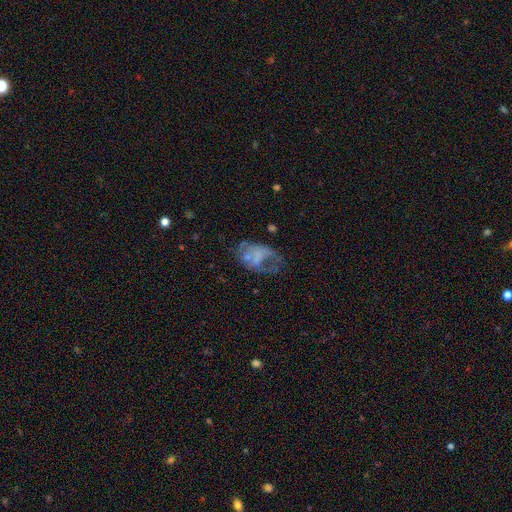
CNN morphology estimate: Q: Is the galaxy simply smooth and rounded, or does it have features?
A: featured or disk — 49%.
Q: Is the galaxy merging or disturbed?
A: major disturbance — 39%.